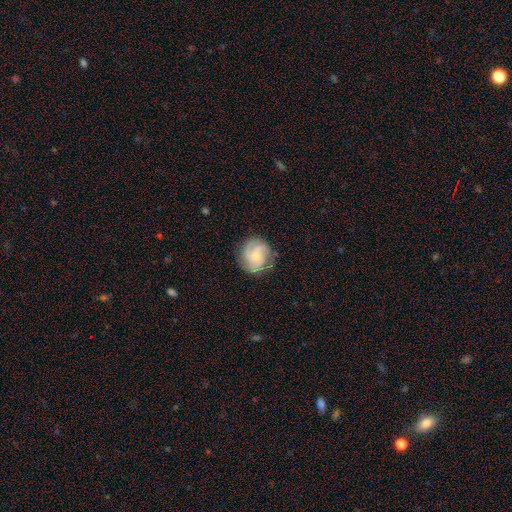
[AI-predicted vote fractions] Morphology: type=featured or disk (78%); edge-on=no (98%); bar=no (66%); spiral arms=yes (97%); winding=medium (48%); arm count=3 (51%); bulge=small (65%); merging=none (79%).